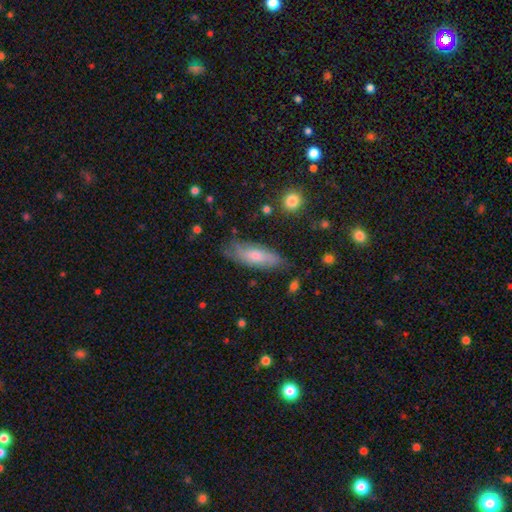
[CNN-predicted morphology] Smooth or featured? smooth (50%)
How rounded? in between (58%)
Merging? none (74%)